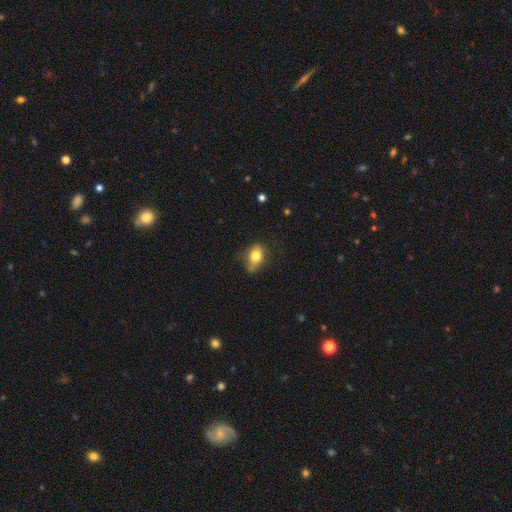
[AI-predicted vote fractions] The model was most divided on "merging": none: 54%, minor disturbance: 33%, major disturbance: 11%, merger: 2%. More confident: smooth or featured — smooth (78%); how rounded — in between (70%).